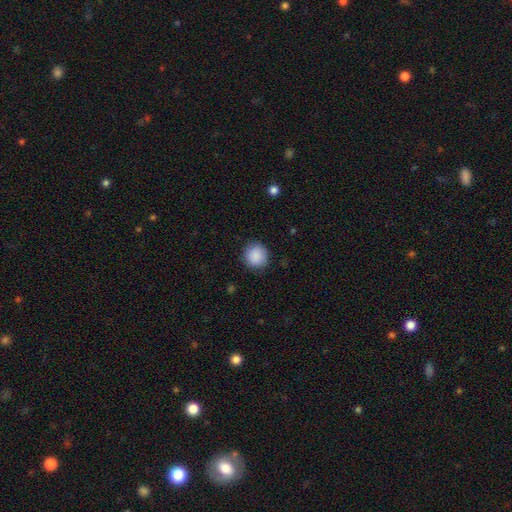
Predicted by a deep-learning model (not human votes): Q: Smooth or featured?
A: smooth (89%); runner-up: star or artifact (8%)
Q: How rounded?
A: round (91%); runner-up: in between (8%)
Q: Merging?
A: none (88%); runner-up: minor disturbance (8%)